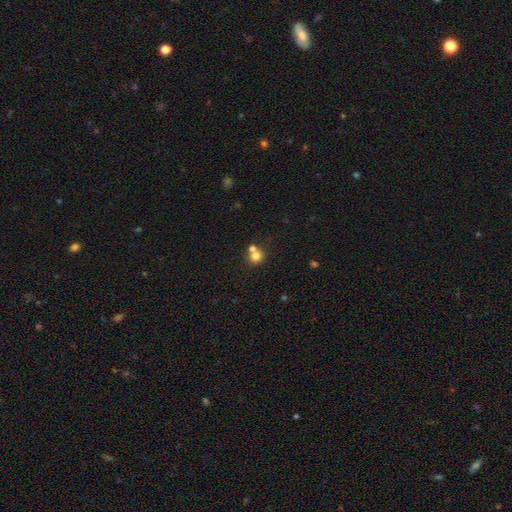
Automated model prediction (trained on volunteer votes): This appears to be a smooth galaxy with no disk features (76%) that is round (86%). Merging: none (48%).